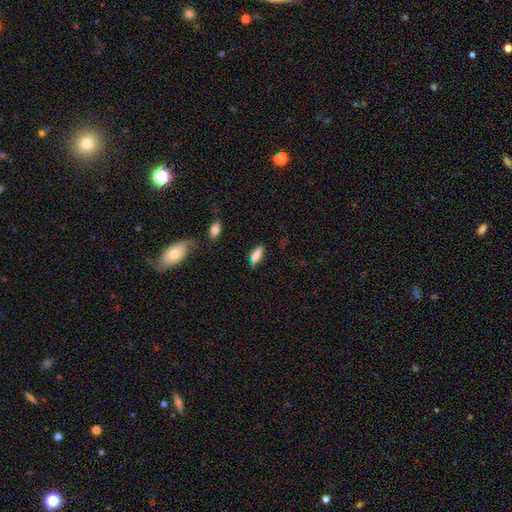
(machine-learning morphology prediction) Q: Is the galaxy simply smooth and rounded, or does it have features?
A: smooth — 77%.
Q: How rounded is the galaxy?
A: in between — 62%.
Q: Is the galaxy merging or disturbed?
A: none — 63%.